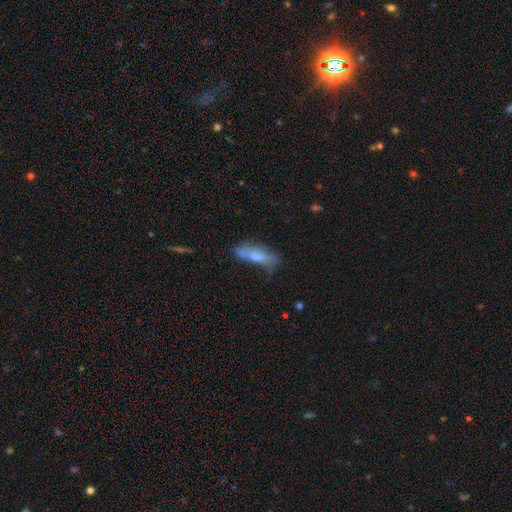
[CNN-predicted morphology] The model was most divided on "how rounded": cigar-shaped: 49%, in between: 48%, round: 2%. Remaining: smooth or featured — smooth (63%); merging — none (49%).